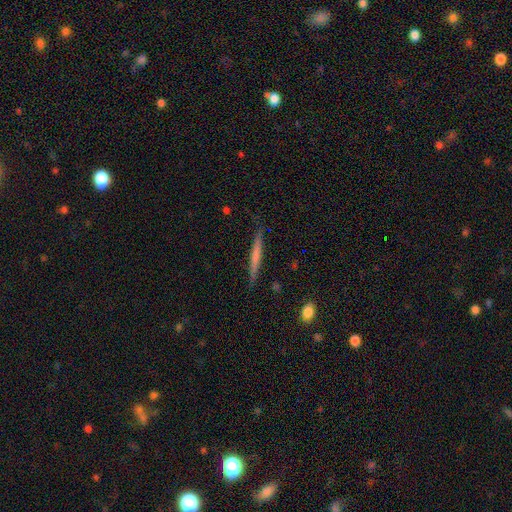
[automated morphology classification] Smooth or featured? Predicted: smooth (p=0.49). Merging? Predicted: none (p=0.87).